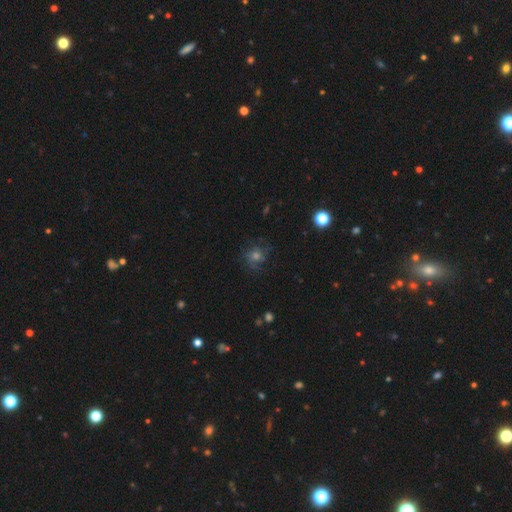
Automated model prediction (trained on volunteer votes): smooth_or_featured: featured or disk (p=0.41) [alt: smooth p=0.35]
merging: none (p=0.72) [alt: minor disturbance p=0.16]